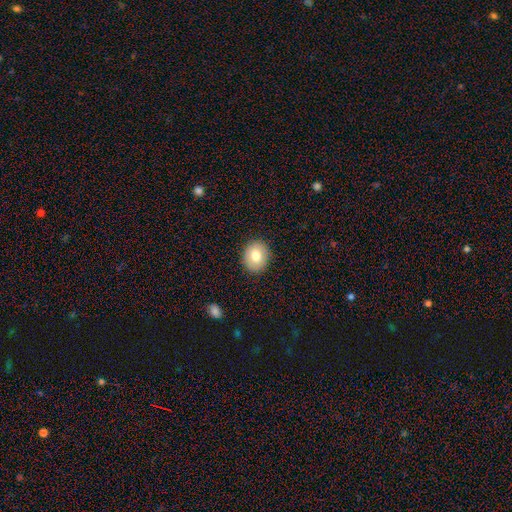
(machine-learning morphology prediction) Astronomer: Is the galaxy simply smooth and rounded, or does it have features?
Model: smooth — 78%.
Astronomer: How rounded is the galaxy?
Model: round — 61% (runner-up: in between, 38%).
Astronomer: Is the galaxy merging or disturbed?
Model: none — 89%.